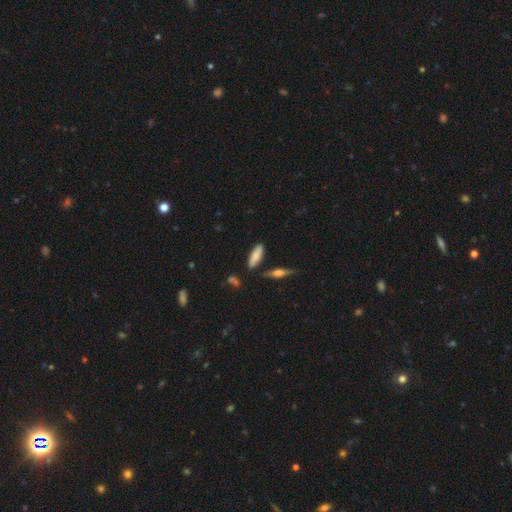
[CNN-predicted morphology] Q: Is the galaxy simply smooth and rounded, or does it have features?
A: smooth — 81%.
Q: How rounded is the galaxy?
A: in between — 50%.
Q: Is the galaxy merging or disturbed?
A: none — 79%.